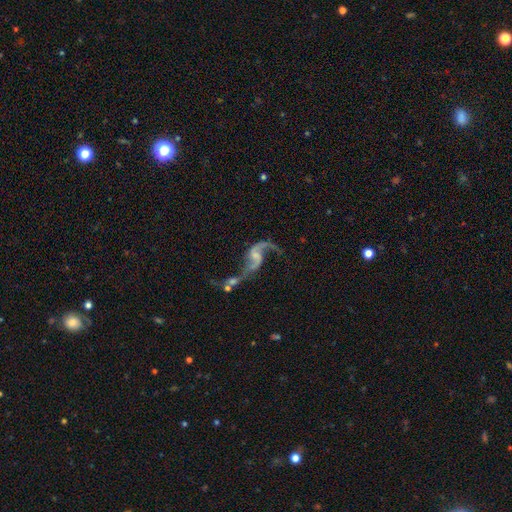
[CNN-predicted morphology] A featured or disk galaxy (87%) with a weak bar (44%), 2 (88%) loose (88%) spiral arms (94%) and a small central bulge (40%). Merging: merger (37%).